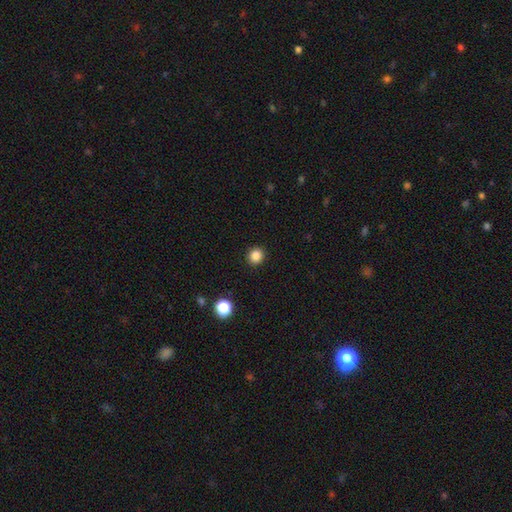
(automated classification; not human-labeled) A smooth galaxy with no disk features (85%) that is round (91%). Merging: none (92%).